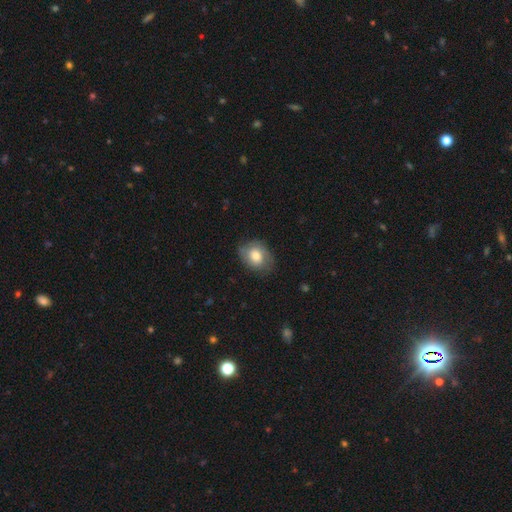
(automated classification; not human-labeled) Morphology: type=smooth (68%); roundness=in between (57%); merging=none (71%).